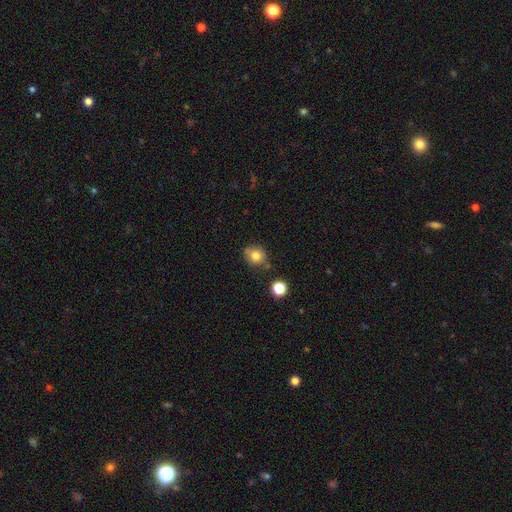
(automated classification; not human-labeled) Smooth or featured? Predicted: smooth (p=0.80). How rounded? Predicted: round (p=0.80). Merging? Predicted: none (p=0.73).